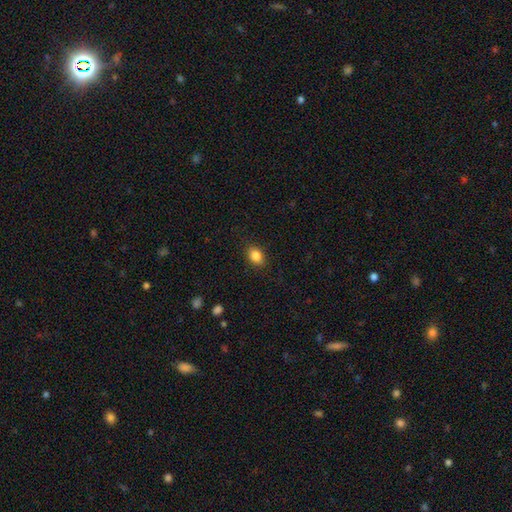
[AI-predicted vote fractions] This is clearly a smooth galaxy (85%). How rounded: likely in between (70%). Merging: clearly none (87%).